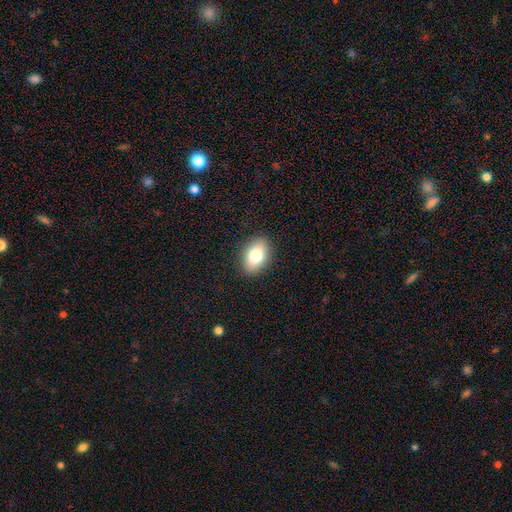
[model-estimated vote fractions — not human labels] Overall: smooth (78%). How rounded: in between (84%). Merging: none (89%).